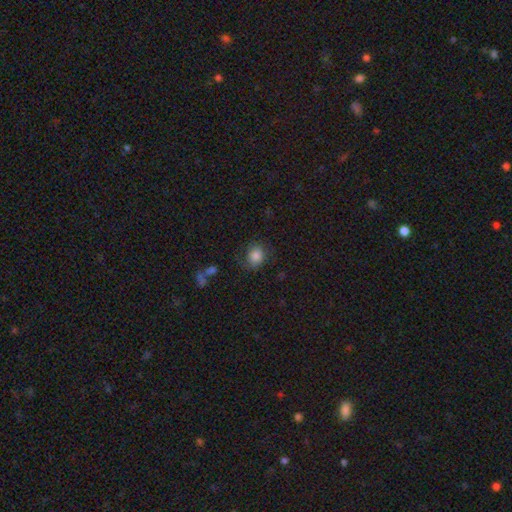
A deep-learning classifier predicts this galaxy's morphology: This appears to be a smooth galaxy with no disk features (82%) that is round (65%). Merging: none (67%).